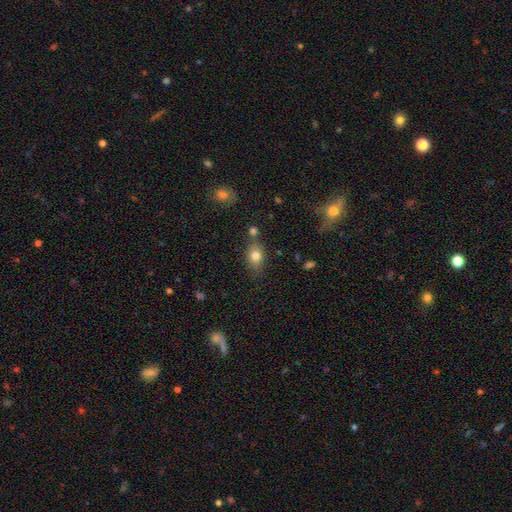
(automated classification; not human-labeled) Smooth or featured? smooth (79%)
How rounded? in between (69%)
Merging? none (70%)